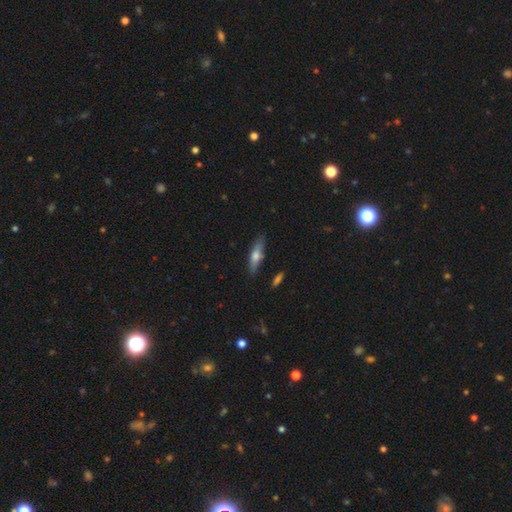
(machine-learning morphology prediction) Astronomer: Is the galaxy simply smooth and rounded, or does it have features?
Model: smooth — 52% (runner-up: featured or disk, 41%).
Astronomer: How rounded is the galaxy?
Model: cigar-shaped — 69%.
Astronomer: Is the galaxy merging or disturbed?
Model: none — 82%.